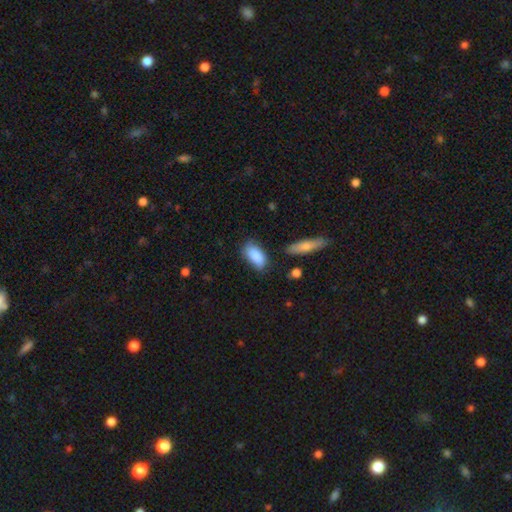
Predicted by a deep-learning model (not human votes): smooth-or-featured: smooth: 87% | star or artifact: 7% | featured or disk: 6%
  how-rounded: in between: 89% | cigar-shaped: 7% | round: 3%
  merging: none: 71% | minor disturbance: 20% | major disturbance: 5% | merger: 4%